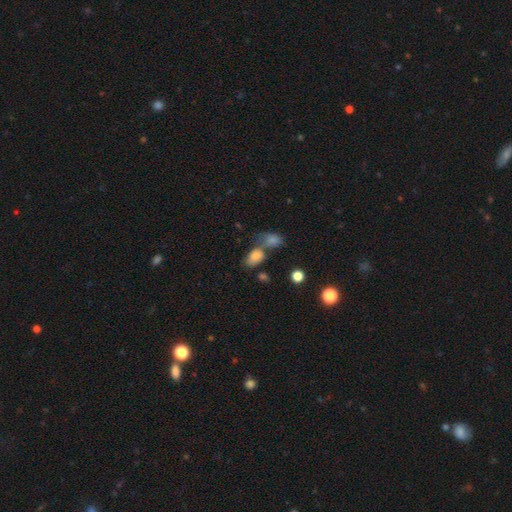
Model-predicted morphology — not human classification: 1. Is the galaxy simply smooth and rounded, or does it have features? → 78% smooth, 12% star or artifact, 10% featured or disk.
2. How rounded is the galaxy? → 87% in between, 11% round, 2% cigar-shaped.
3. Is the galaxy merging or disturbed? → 44% merger, 37% none, 13% minor disturbance, 7% major disturbance.